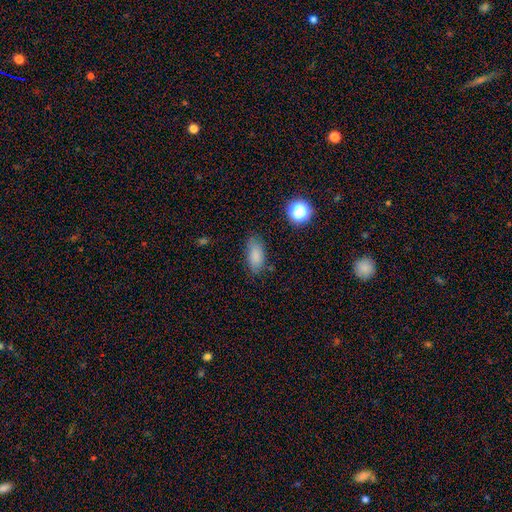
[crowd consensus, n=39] Smooth or featured: smooth — 79% (featured or disk — 10%)
How rounded: in between — 94% (round — 6%)
Merging: none — 66% (minor disturbance — 26%)